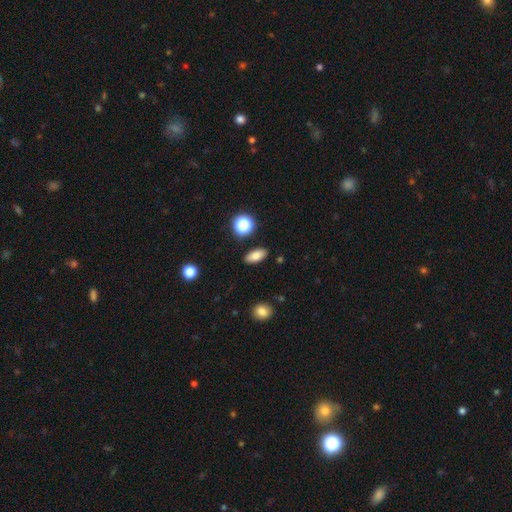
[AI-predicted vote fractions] This appears to be a smooth galaxy with no disk features (80%) that is in between round and cigar-shaped (85%). Merging: none (88%).